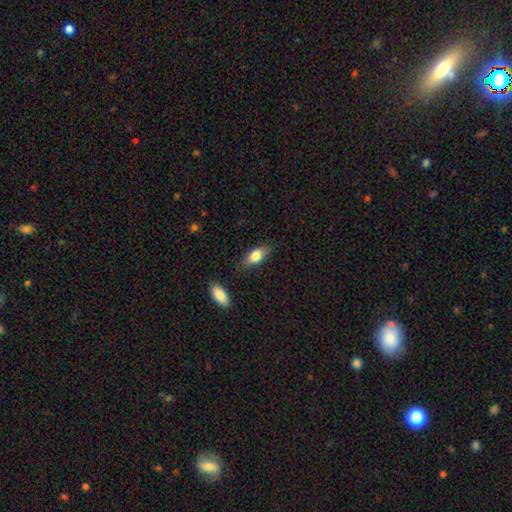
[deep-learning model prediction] This appears to be a smooth galaxy with no disk features (79%) that is in between round and cigar-shaped (84%). Merging: none (79%).